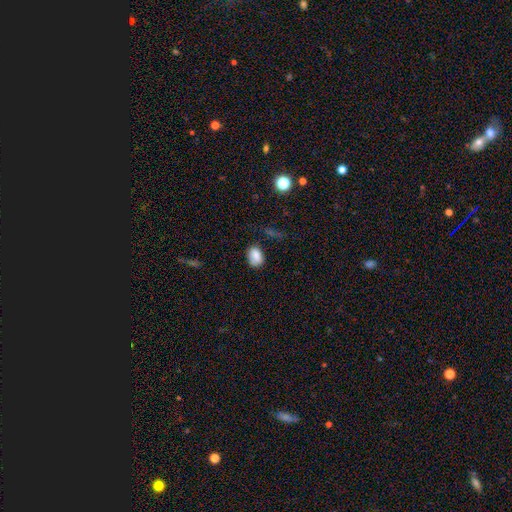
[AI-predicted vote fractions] smooth-or-featured: smooth: 81% | star or artifact: 10% | featured or disk: 9%
  how-rounded: in between: 74% | round: 24% | cigar-shaped: 1%
  merging: none: 59% | minor disturbance: 27% | major disturbance: 9% | merger: 5%